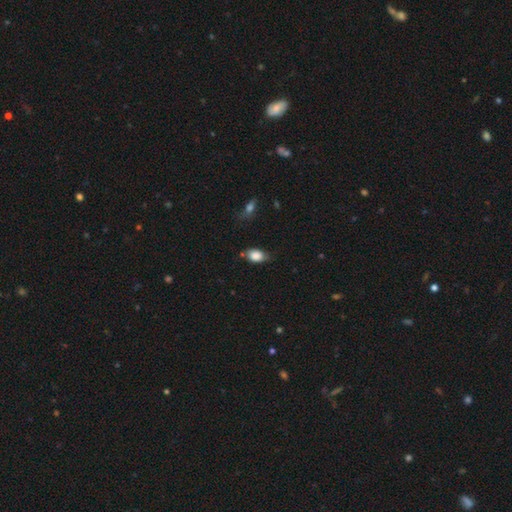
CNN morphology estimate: The model was most divided on "merging": none: 61%, minor disturbance: 29%, major disturbance: 6%, merger: 3%. More confident: smooth or featured — smooth (85%); how rounded — in between (82%).